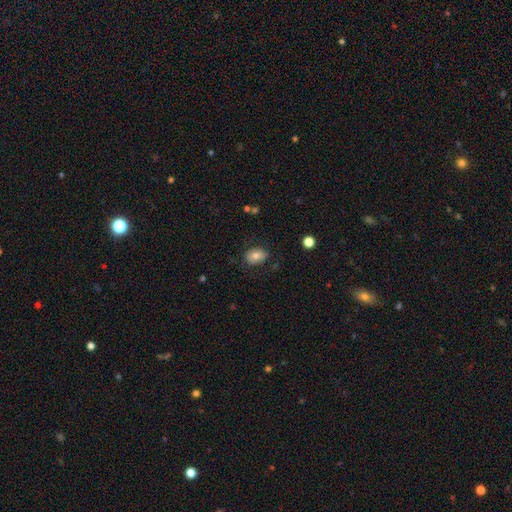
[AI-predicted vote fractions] Overall: smooth (74%). How rounded: in between (66%; round 33%). Merging: none (80%).